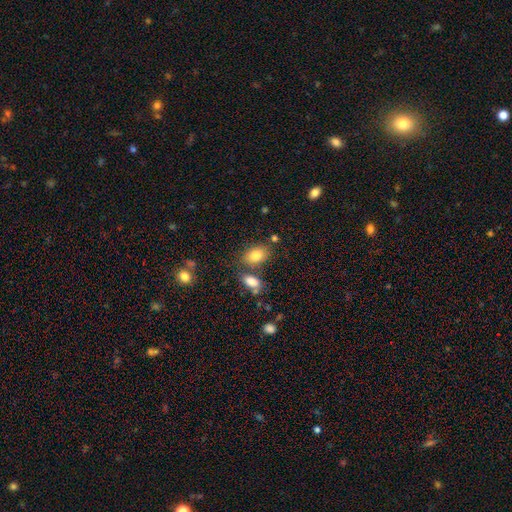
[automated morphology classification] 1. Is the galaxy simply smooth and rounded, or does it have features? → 82% smooth, 9% star or artifact, 9% featured or disk.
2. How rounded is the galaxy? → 81% in between, 17% round, 2% cigar-shaped.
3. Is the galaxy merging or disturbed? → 66% none, 17% merger, 13% minor disturbance, 4% major disturbance.